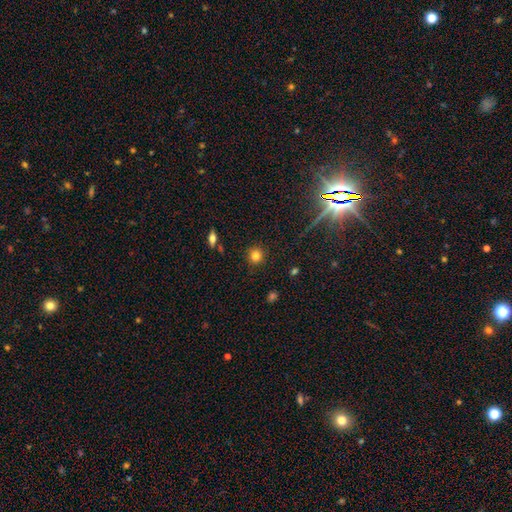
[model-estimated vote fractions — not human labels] Smooth or featured? smooth (81%)
How rounded? round (92%)
Merging? none (89%)